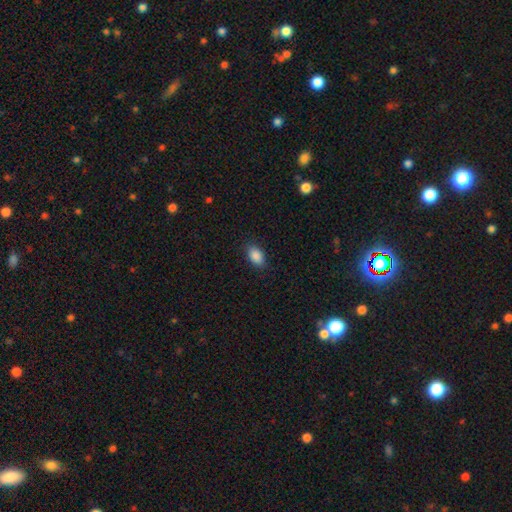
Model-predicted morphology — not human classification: Smooth or featured: smooth — 89% (star or artifact — 8%)
How rounded: in between — 88% (round — 11%)
Merging: none — 85% (minor disturbance — 11%)